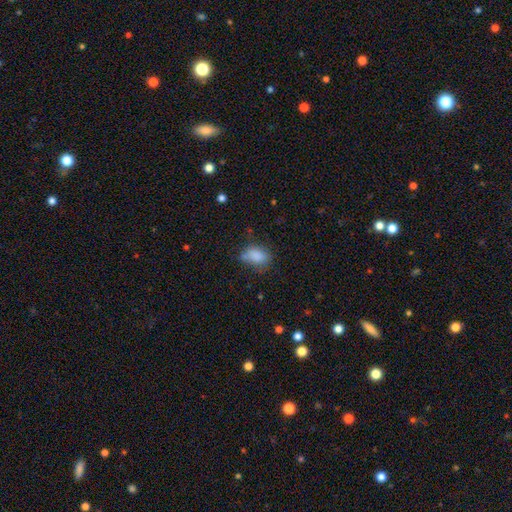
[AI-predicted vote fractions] smooth-or-featured: smooth: 83% | star or artifact: 9% | featured or disk: 8%
  how-rounded: in between: 84% | round: 14% | cigar-shaped: 2%
  merging: none: 52% | minor disturbance: 32% | major disturbance: 11% | merger: 5%